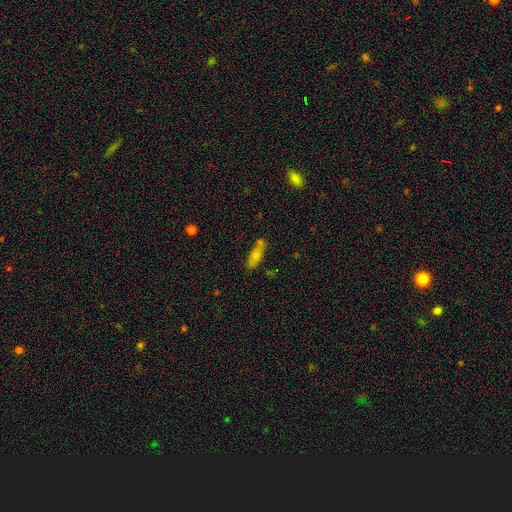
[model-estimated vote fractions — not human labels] The model was most divided on "how rounded": in between: 52%, cigar-shaped: 46%, round: 3%. More confident: smooth or featured — smooth (76%); merging — none (63%).